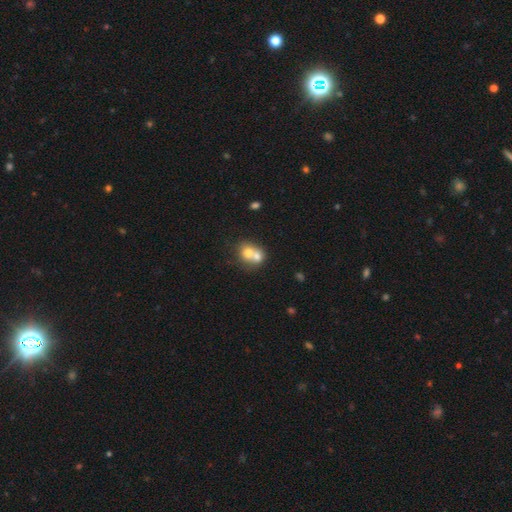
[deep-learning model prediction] Smooth or featured: smooth — 67% (featured or disk — 24%)
How rounded: round — 68% (in between — 31%)
Merging: merger — 69% (none — 23%)